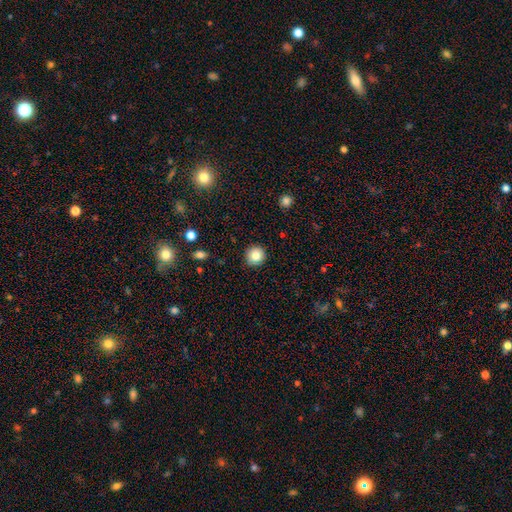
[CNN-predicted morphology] Smooth or featured? Predicted: smooth (p=0.82). How rounded? Predicted: round (p=0.94). Merging? Predicted: none (p=0.91).